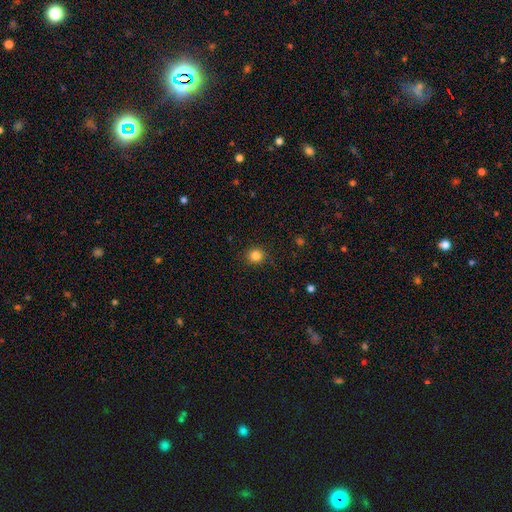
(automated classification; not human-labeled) smooth 84%, star or artifact 12%, featured or disk 4%. Down the decision tree: how rounded — round (88%); merging — none (86%).